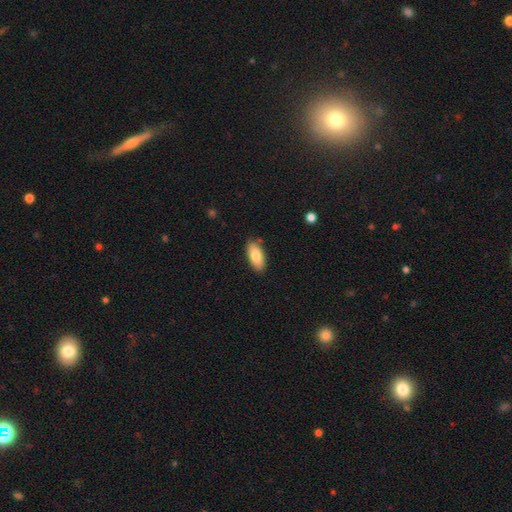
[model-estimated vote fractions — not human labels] smooth 82%, featured or disk 12%, star or artifact 6%. Down the decision tree: how rounded — in between (87%); merging — none (84%).